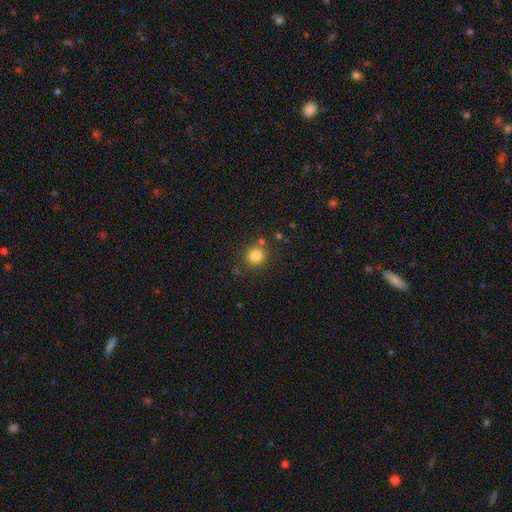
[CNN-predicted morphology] smooth_or_featured: smooth (p=0.83) [alt: star or artifact p=0.12]
how_rounded: round (p=0.90) [alt: in between p=0.10]
merging: none (p=0.80) [alt: minor disturbance p=0.09]